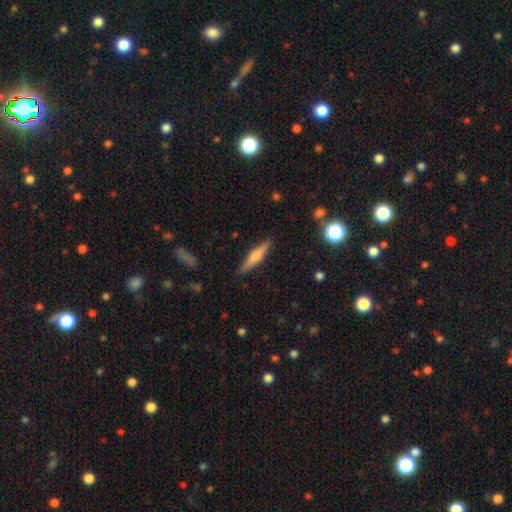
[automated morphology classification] type=featured or disk (48%); merging=none (89%).